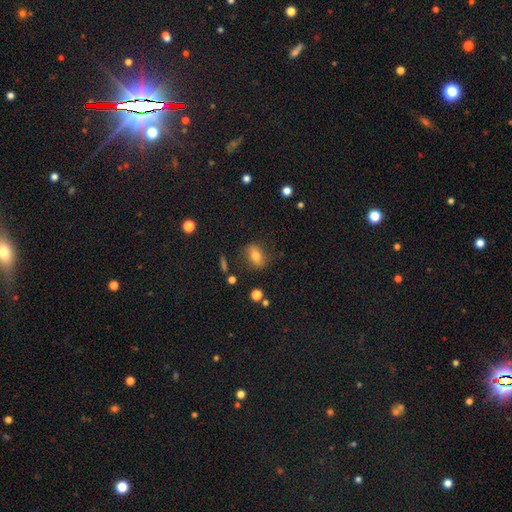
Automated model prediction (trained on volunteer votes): Smooth or featured: smooth — 74% (featured or disk — 15%)
How rounded: in between — 75% (round — 21%)
Merging: none — 77% (minor disturbance — 16%)